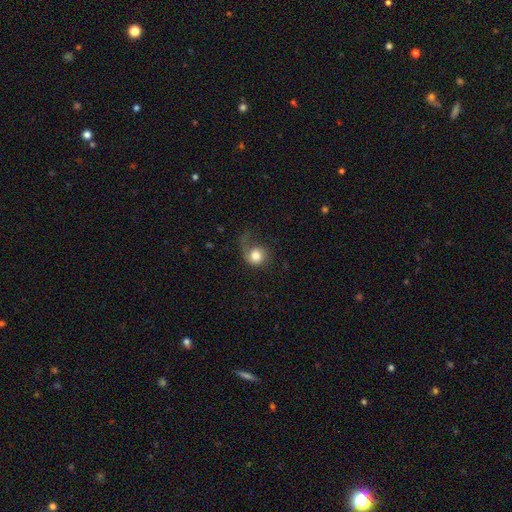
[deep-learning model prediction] smooth-or-featured: smooth: 71% | featured or disk: 20% | star or artifact: 9%
  how-rounded: round: 81% | in between: 18% | cigar-shaped: 1%
  merging: none: 39% | major disturbance: 35% | minor disturbance: 23% | merger: 3%